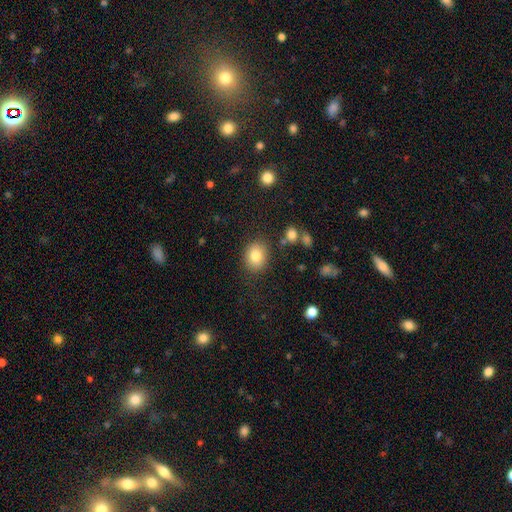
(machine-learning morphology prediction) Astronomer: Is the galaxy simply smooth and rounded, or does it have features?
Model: smooth — 81%.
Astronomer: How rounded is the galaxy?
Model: round — 55% (runner-up: in between, 44%).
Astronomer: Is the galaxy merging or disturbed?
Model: none — 84%.